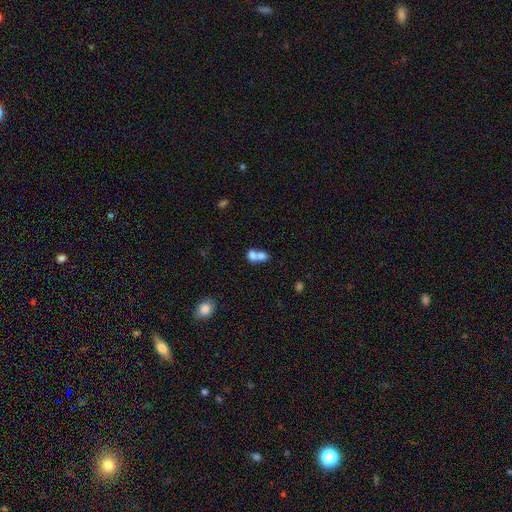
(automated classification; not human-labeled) Q: Smooth or featured?
A: smooth (72%); runner-up: featured or disk (18%)
Q: How rounded?
A: in between (52%); runner-up: round (46%)
Q: Merging?
A: merger (74%); runner-up: none (18%)